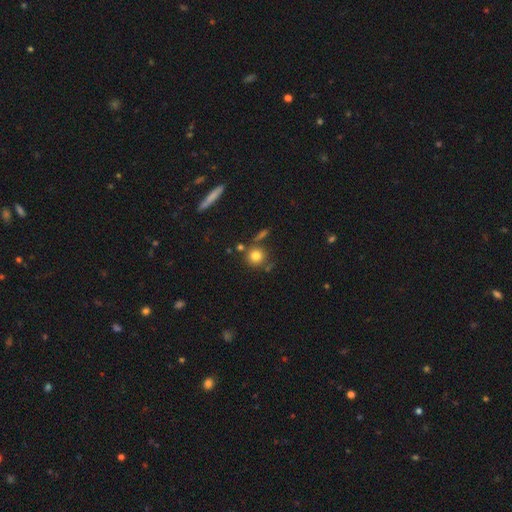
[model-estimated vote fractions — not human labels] Smooth or featured? smooth (79%)
How rounded? round (90%)
Merging? none (73%)